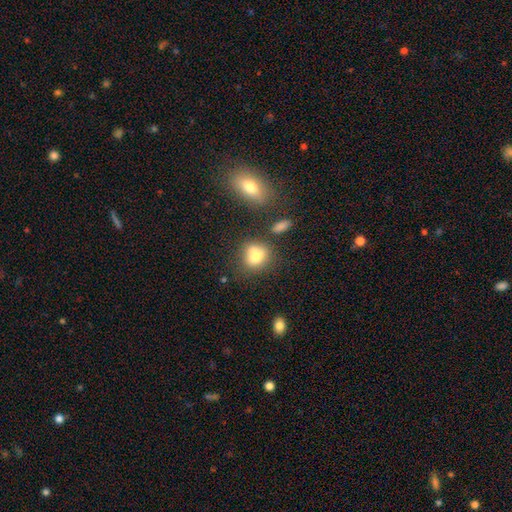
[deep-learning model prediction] Smooth or featured? smooth (73%)
How rounded? round (58%)
Merging? none (43%)